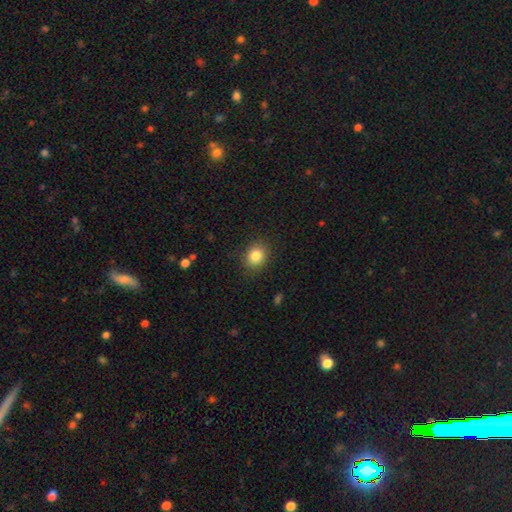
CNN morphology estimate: Smooth or featured? smooth (84%)
How rounded? round (58%)
Merging? none (87%)